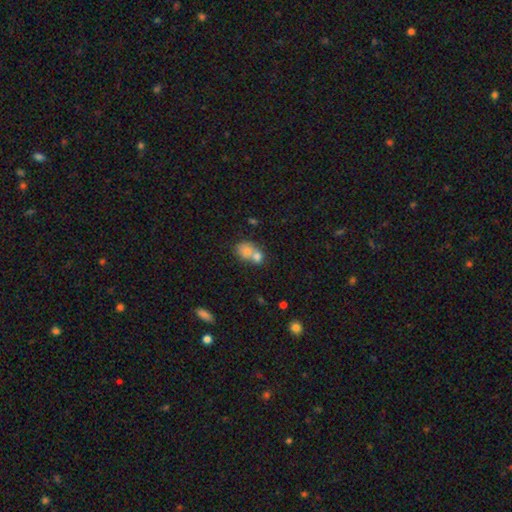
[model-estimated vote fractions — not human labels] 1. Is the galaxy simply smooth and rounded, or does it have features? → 72% smooth, 16% featured or disk, 12% star or artifact.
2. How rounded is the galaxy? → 58% round, 41% in between, 2% cigar-shaped.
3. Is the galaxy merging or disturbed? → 63% merger, 27% none, 7% minor disturbance, 3% major disturbance.